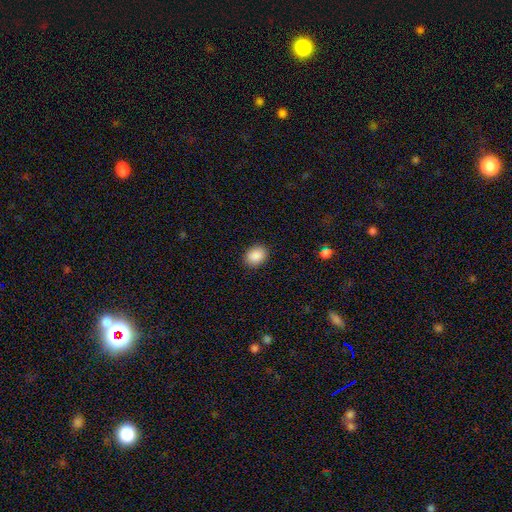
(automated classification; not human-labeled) smooth_or_featured: smooth (p=0.89) [alt: star or artifact p=0.08]
how_rounded: in between (p=0.56) [alt: round p=0.43]
merging: none (p=0.89) [alt: minor disturbance p=0.08]